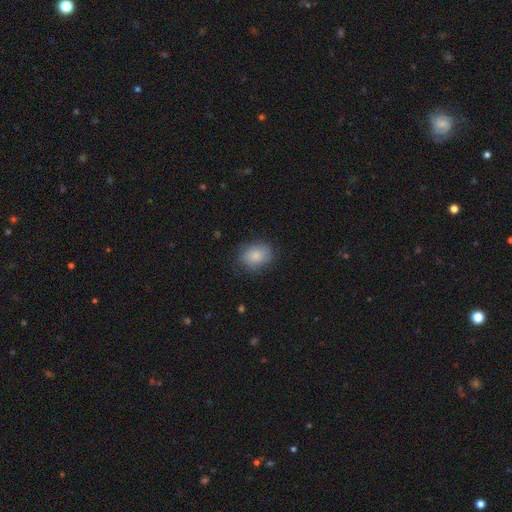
Smooth or featured?
  - smooth: 84% *
  - featured or disk: 8%
  - star or artifact: 8%
How rounded?
  - in between: 66% *
  - round: 34%
  - cigar-shaped: 0%
Merging?
  - none: 80% *
  - minor disturbance: 14%
  - major disturbance: 6%
  - merger: 0%